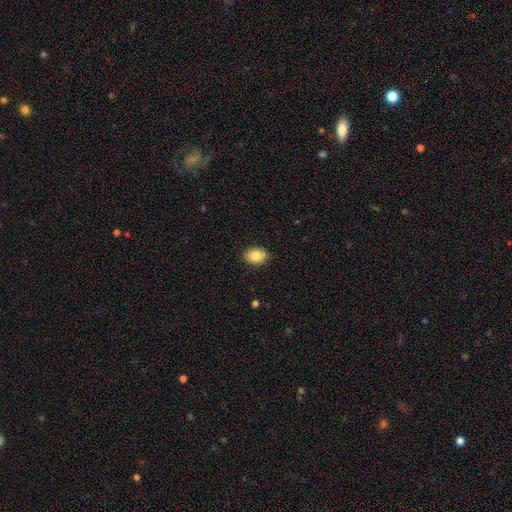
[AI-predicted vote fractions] Smooth or featured: smooth — 86% (star or artifact — 8%)
How rounded: in between — 75% (round — 24%)
Merging: none — 89% (minor disturbance — 8%)